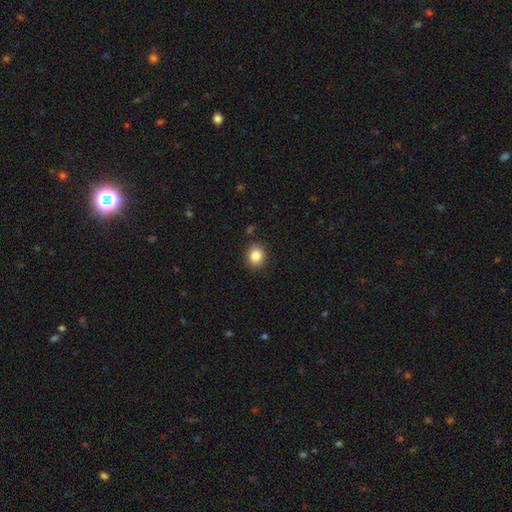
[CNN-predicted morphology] A smooth galaxy with no disk features (86%) that is round (74%). Merging: none (87%).